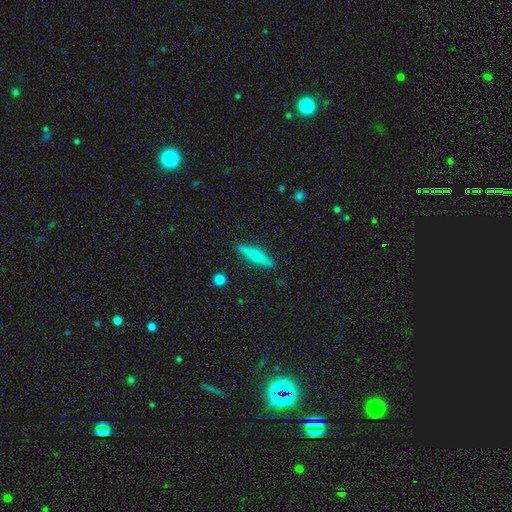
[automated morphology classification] This appears to be a smooth galaxy with no disk features (67%) that is cigar-shaped (84%). Merging: none (85%).